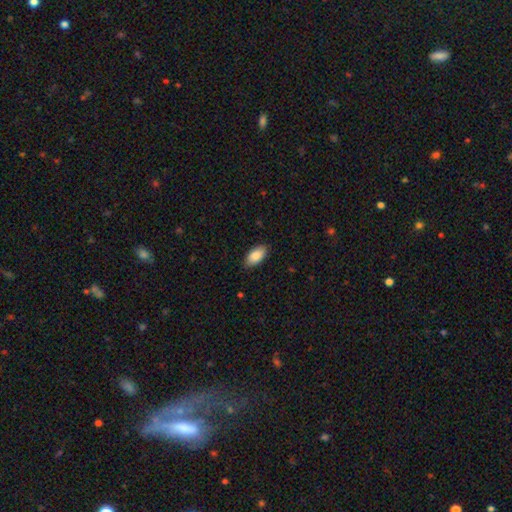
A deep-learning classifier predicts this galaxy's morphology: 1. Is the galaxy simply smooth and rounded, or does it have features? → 88% smooth, 6% star or artifact, 6% featured or disk.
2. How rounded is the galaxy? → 94% in between, 4% cigar-shaped, 2% round.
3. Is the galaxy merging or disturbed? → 86% none, 11% minor disturbance, 2% major disturbance, 1% merger.